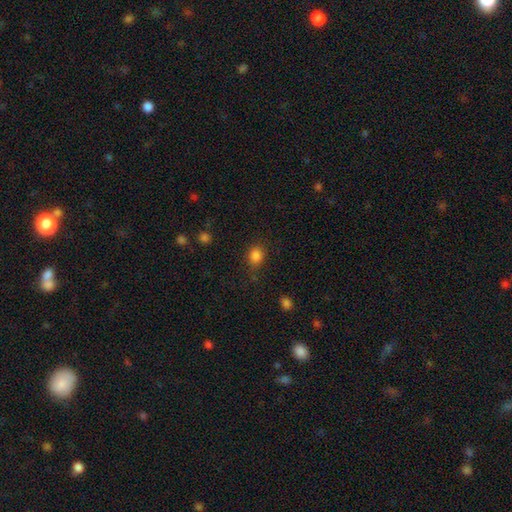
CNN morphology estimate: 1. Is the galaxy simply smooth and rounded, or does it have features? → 83% smooth, 12% star or artifact, 5% featured or disk.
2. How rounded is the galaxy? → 57% round, 42% in between, 1% cigar-shaped.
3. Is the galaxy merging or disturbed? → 79% none, 14% minor disturbance, 4% major disturbance, 2% merger.